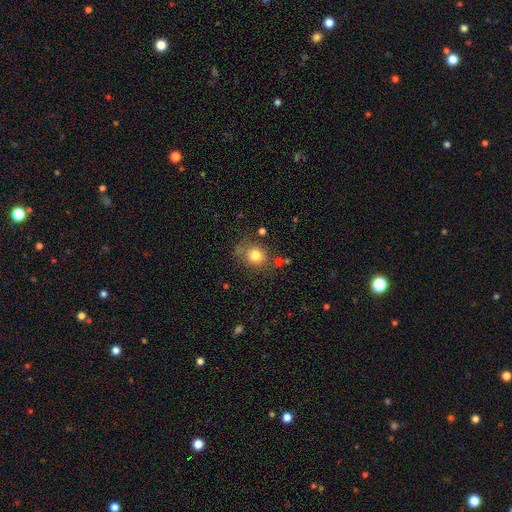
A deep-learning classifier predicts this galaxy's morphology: smooth-or-featured: smooth: 79% | star or artifact: 12% | featured or disk: 9%
  how-rounded: round: 73% | in between: 26% | cigar-shaped: 1%
  merging: none: 72% | minor disturbance: 16% | major disturbance: 6% | merger: 6%